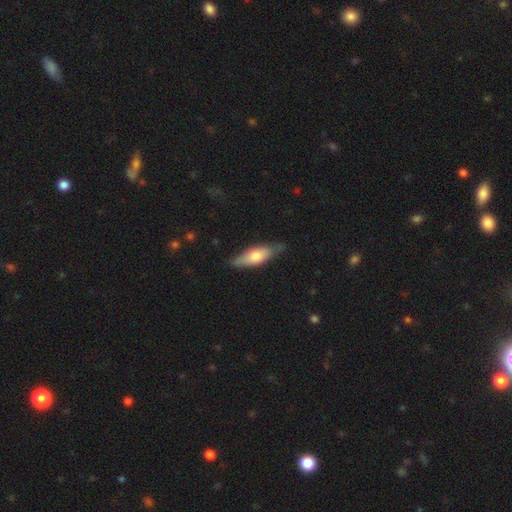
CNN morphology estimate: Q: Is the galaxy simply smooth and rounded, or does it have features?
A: smooth — 60%.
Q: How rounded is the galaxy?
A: in between — 57%.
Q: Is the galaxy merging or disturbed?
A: none — 74%.